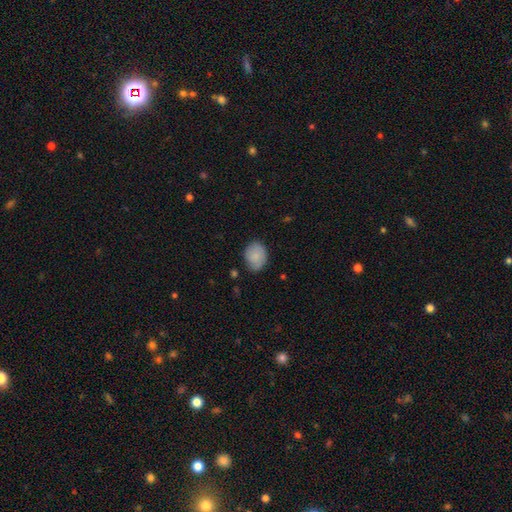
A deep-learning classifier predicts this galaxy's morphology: Smooth or featured: smooth — 83% (featured or disk — 11%)
How rounded: in between — 58% (round — 41%)
Merging: none — 74% (minor disturbance — 21%)